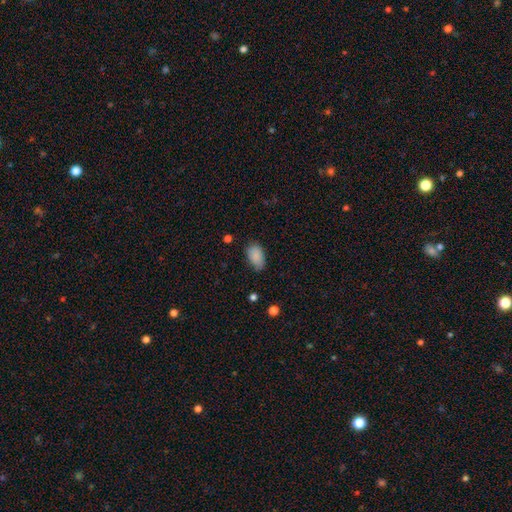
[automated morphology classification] smooth 88%, star or artifact 8%, featured or disk 5%. Down the decision tree: how rounded — in between (92%); merging — none (73%).